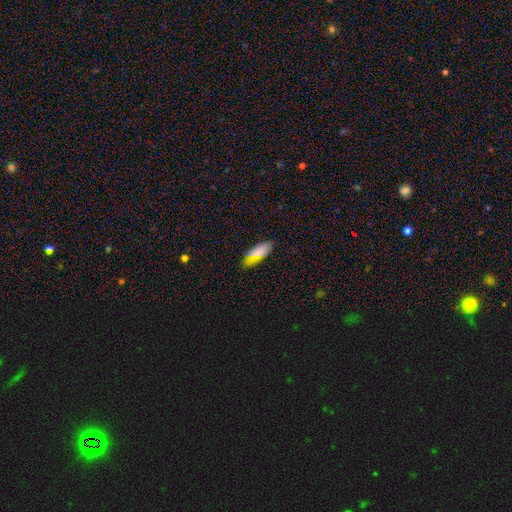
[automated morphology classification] This is likely a smooth galaxy (79%). How rounded: likely in between (68%). Merging: clearly none (82%).